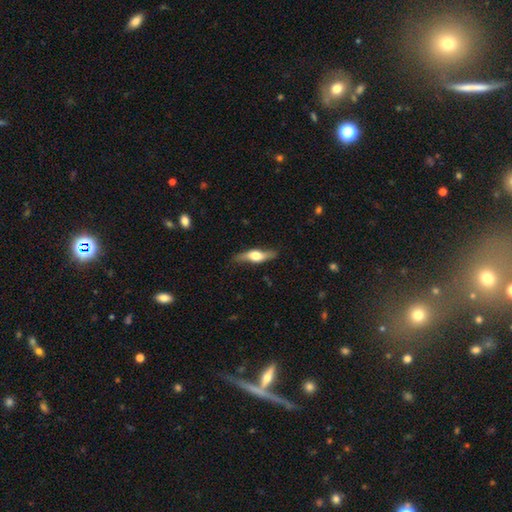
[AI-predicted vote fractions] smooth-or-featured: featured or disk: 58% | smooth: 37% | star or artifact: 5%
  disk-edge-on: yes: 86% | no: 14%
  merging: none: 80% | minor disturbance: 16% | major disturbance: 4% | merger: 1%